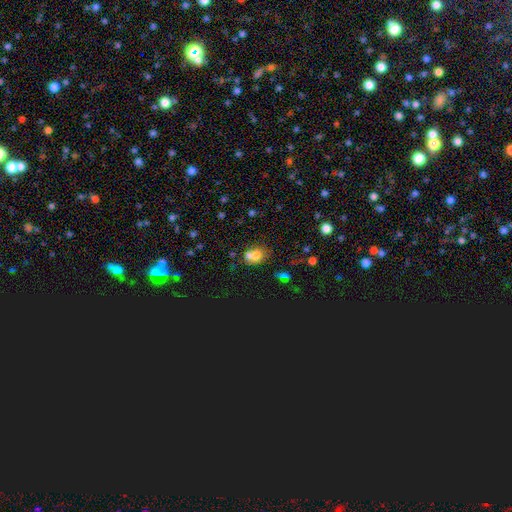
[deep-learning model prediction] Morphology: type=smooth (67%); roundness=round (58%); merging=merger (54%).